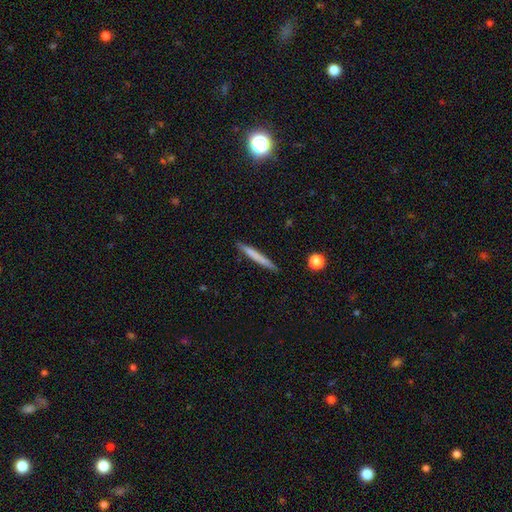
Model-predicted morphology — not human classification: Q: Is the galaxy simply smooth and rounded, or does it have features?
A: smooth — 66%.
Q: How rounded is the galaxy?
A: cigar-shaped — 97%.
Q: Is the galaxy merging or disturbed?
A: none — 89%.